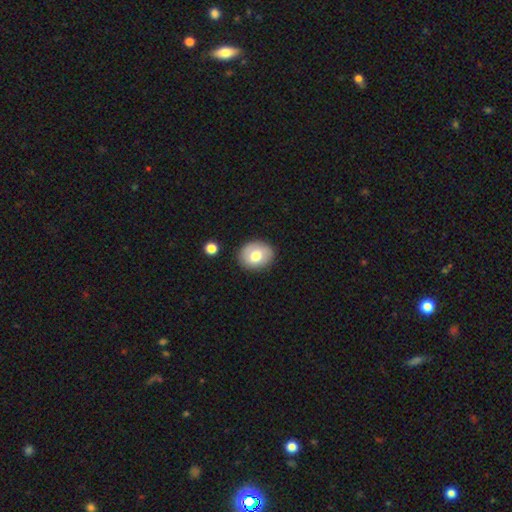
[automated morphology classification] Smooth or featured? smooth (71%)
How rounded? round (54%)
Merging? none (84%)